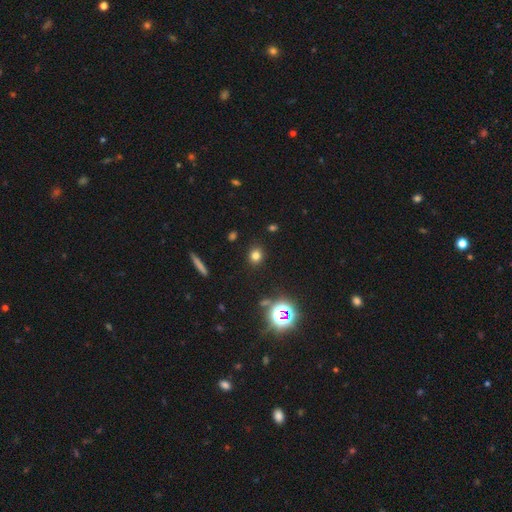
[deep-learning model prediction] Smooth or featured? Predicted: smooth (p=0.74). How rounded? Predicted: round (p=0.76). Merging? Predicted: none (p=0.89).